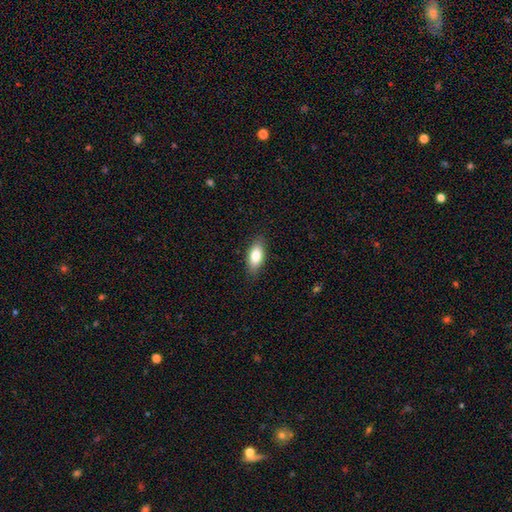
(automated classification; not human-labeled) A smooth galaxy with no disk features (81%) that is in between round and cigar-shaped (84%). Merging: none (85%).